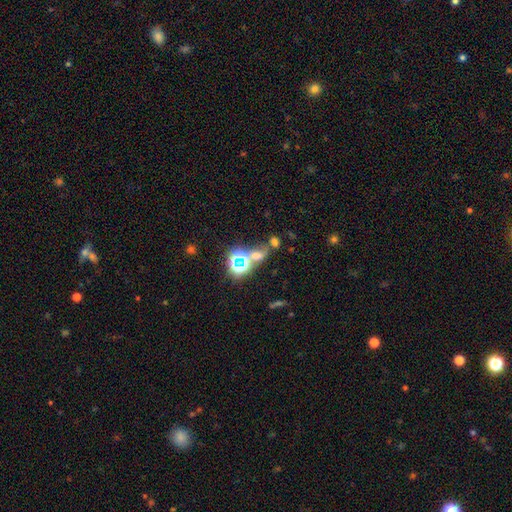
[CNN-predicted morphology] Smooth or featured?
  - star or artifact: 48% *
  - smooth: 37%
  - featured or disk: 15%